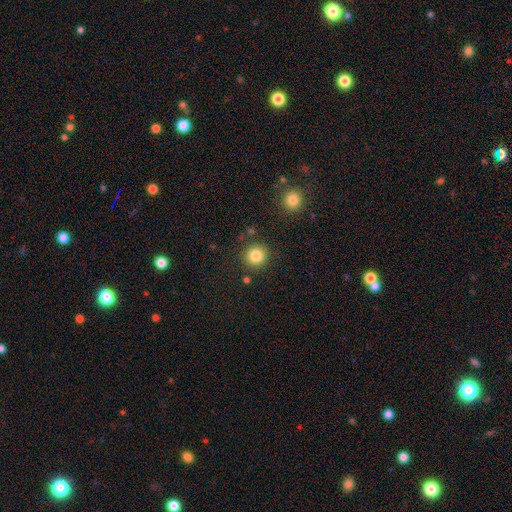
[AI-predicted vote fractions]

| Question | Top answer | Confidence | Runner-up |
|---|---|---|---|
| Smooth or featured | smooth | 85% | star or artifact (10%) |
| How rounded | round | 92% | in between (7%) |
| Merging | none | 86% | minor disturbance (8%) |